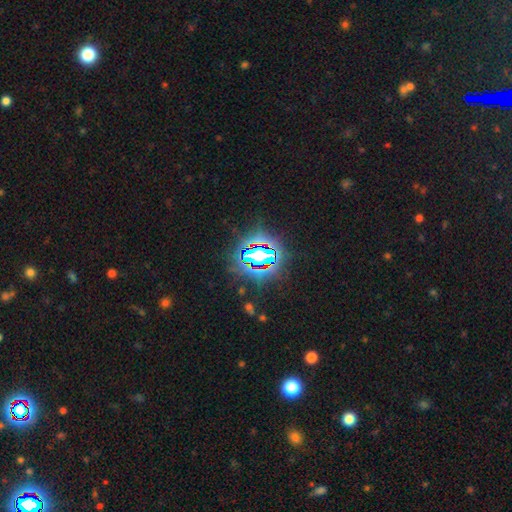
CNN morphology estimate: A star or artifact, not a galaxy (80%).

Vote fractions:
- Smooth or featured? star or artifact: 80% / smooth: 12% / featured or disk: 8%